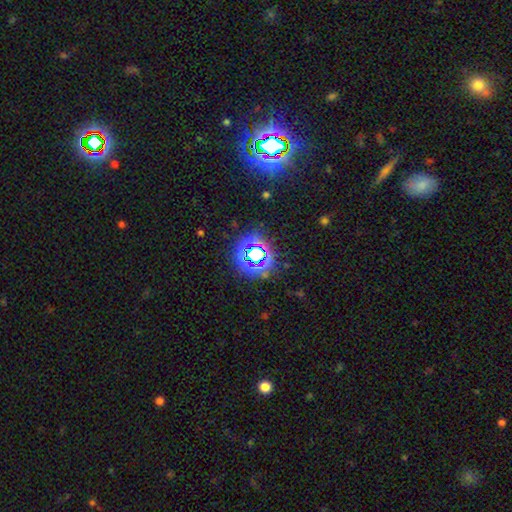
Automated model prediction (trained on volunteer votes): Overall: star or artifact (70%).